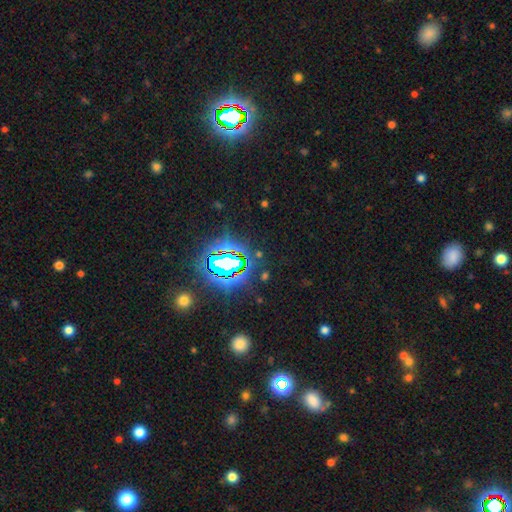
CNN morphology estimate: The model was most divided on "smooth or featured": star or artifact: 77%, smooth: 14%, featured or disk: 9%.